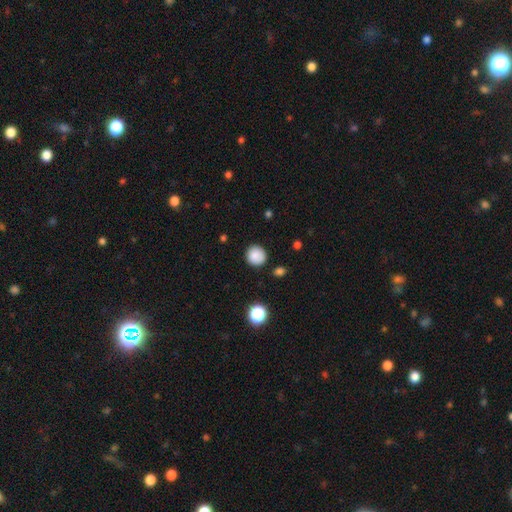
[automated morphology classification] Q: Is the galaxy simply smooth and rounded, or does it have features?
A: smooth — 86%.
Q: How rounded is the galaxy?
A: round — 93%.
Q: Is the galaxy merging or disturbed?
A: none — 87%.